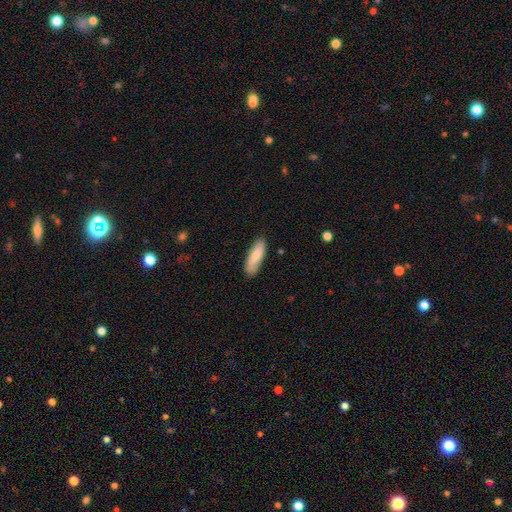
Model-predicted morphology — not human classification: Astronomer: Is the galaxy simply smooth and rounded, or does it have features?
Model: smooth — 76%.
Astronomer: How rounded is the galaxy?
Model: in between — 57% (runner-up: cigar-shaped, 41%).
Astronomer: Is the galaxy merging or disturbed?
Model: none — 84%.